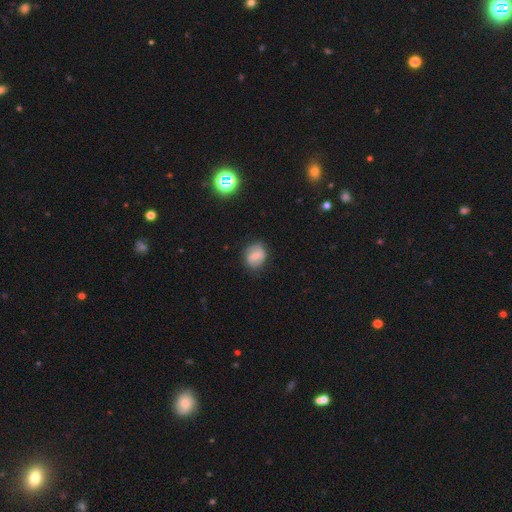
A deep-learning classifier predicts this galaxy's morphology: smooth-or-featured: smooth: 54% | featured or disk: 36% | star or artifact: 9%
  how-rounded: round: 56% | in between: 43% | cigar-shaped: 2%
  merging: none: 77% | minor disturbance: 17% | major disturbance: 4% | merger: 1%